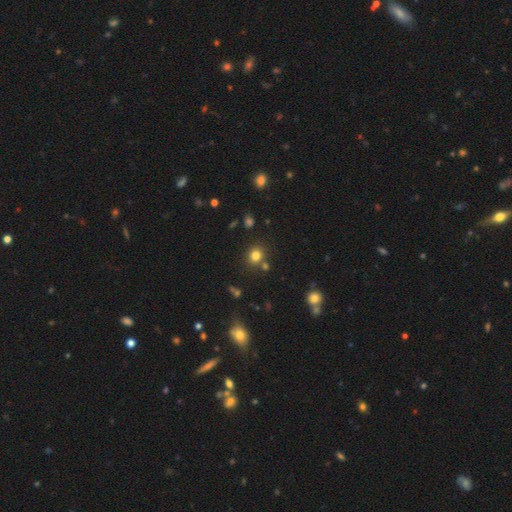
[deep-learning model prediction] Smooth or featured? smooth (78%)
How rounded? round (83%)
Merging? none (80%)